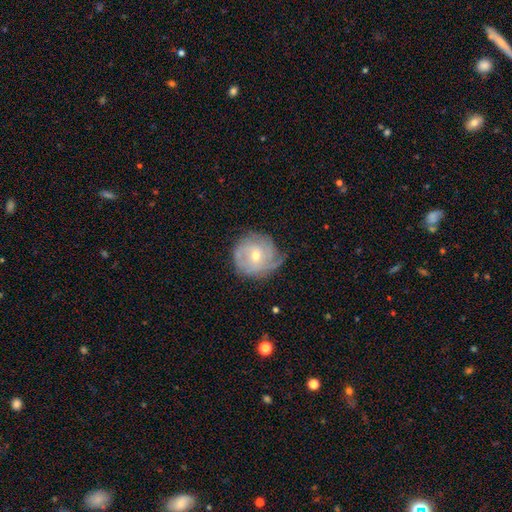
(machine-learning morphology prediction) A featured or disk galaxy (66%) with no bar (67%), tight (57%) spiral arms (83%) and a moderate central bulge (49%).

Vote fractions:
- Smooth or featured? featured or disk: 66% / smooth: 26% / star or artifact: 8%
- Edge-on disk? no: 97% / yes: 3%
- Bar? no: 67% / weak: 28% / strong: 6%
- Spiral arms? yes: 83% / no: 17%
- Spiral winding? tight: 57% / medium: 30% / loose: 13%
- Spiral arm count? can't tell: 42% / 2: 23% / 3: 16% / 1: 9% / 4: 6% / more than 4: 4%
- Bulge size? moderate: 49% / small: 47% / large: 1% / none: 1% / dominant: 1%
- Merging? none: 63% / minor disturbance: 25% / major disturbance: 10% / merger: 2%